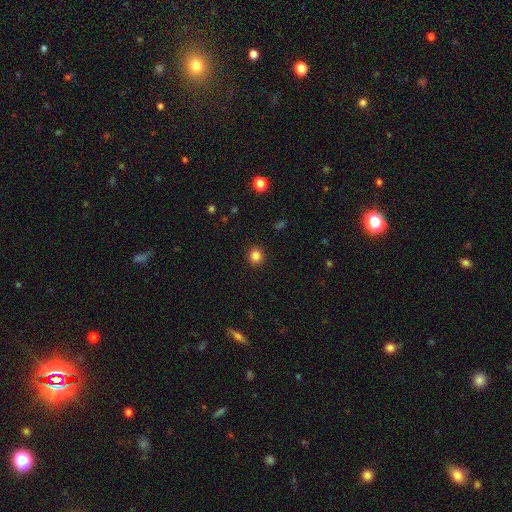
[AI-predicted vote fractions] Smooth or featured? smooth (84%)
How rounded? round (86%)
Merging? none (92%)